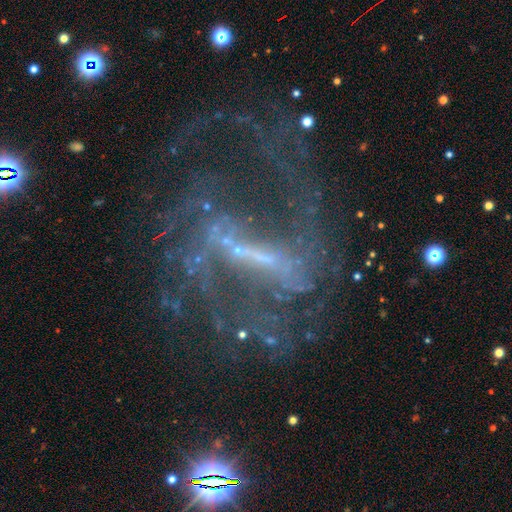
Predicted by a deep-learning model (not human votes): Morphology: type=featured or disk (81%); edge-on=no (92%); bar=strong (63%); spiral arms=yes (79%); winding=loose (41%); arm count=2 (51%); bulge=small (45%); merging=none (49%).